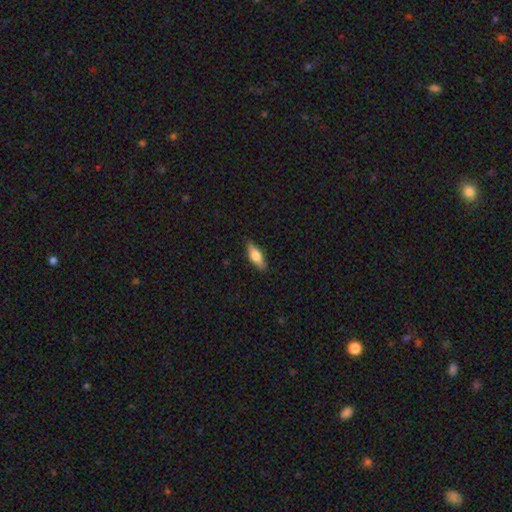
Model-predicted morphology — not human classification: smooth-or-featured: smooth: 64% | featured or disk: 29% | star or artifact: 6%
  how-rounded: in between: 60% | cigar-shaped: 37% | round: 3%
  merging: none: 87% | minor disturbance: 10% | major disturbance: 2% | merger: 1%